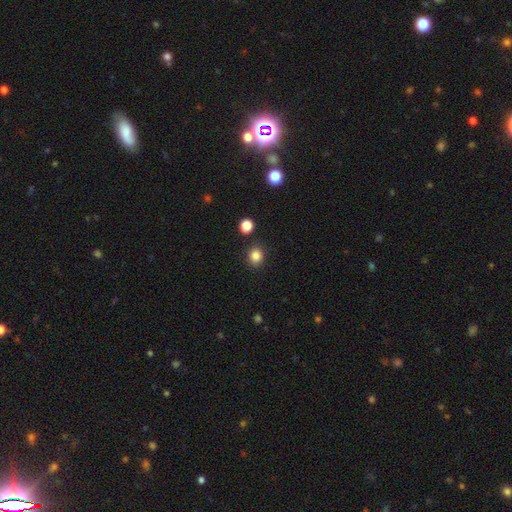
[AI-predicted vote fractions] A smooth galaxy with no disk features (85%) that is round (74%).

Vote fractions:
- Smooth or featured? smooth: 85% / star or artifact: 11% / featured or disk: 4%
- How rounded? round: 74% / in between: 25% / cigar-shaped: 1%
- Merging? none: 86% / minor disturbance: 8% / merger: 4% / major disturbance: 2%